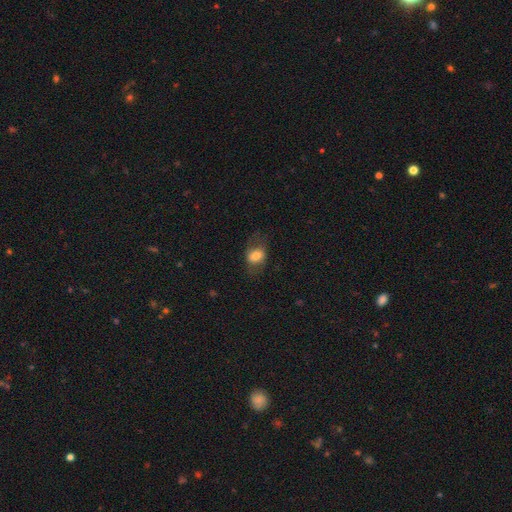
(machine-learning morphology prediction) smooth 70%, featured or disk 21%, star or artifact 9%. Down the decision tree: how rounded — in between (71%); merging — none (66%).